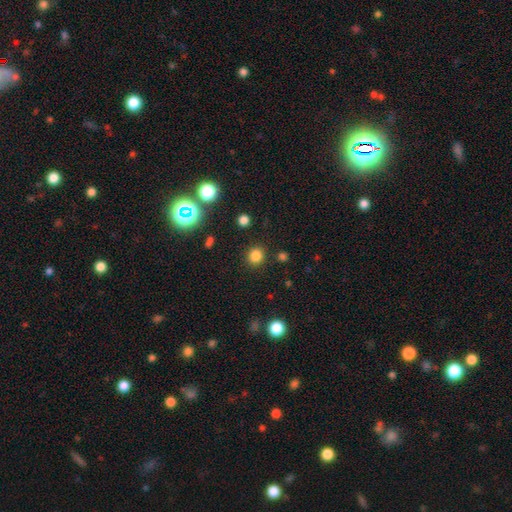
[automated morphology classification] Q: Smooth or featured?
A: smooth (80%); runner-up: star or artifact (16%)
Q: How rounded?
A: round (87%); runner-up: in between (13%)
Q: Merging?
A: none (88%); runner-up: minor disturbance (6%)